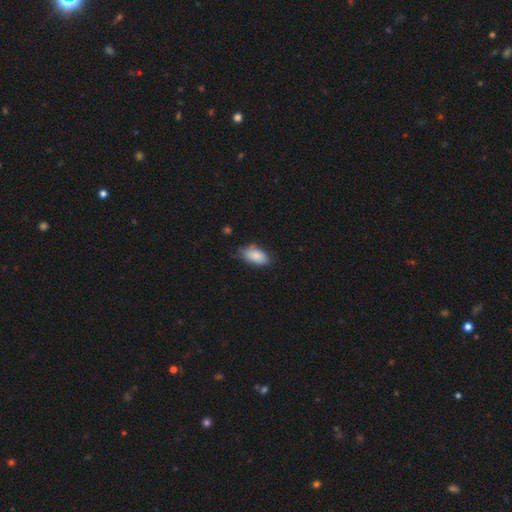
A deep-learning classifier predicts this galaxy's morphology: This appears to be a smooth galaxy with no disk features (85%) that is in between round and cigar-shaped (93%). Merging: none (66%).